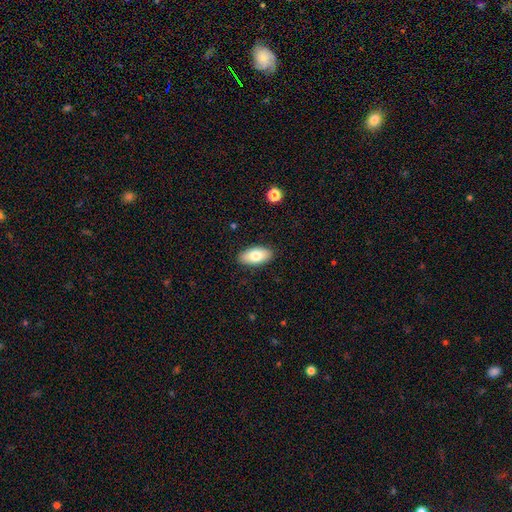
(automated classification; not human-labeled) Morphology: type=smooth (79%); roundness=in between (92%); merging=none (89%).